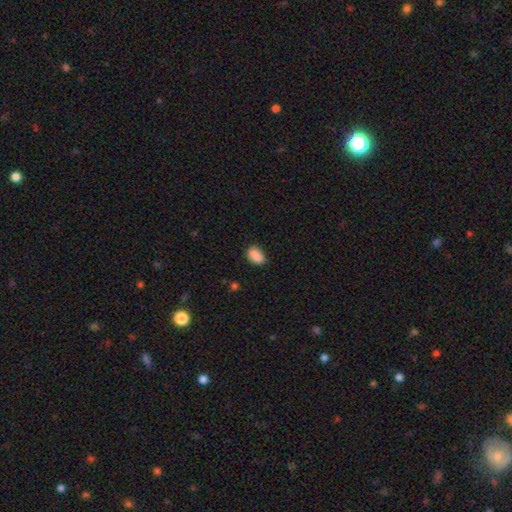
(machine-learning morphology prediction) Smooth or featured? Predicted: smooth (p=0.87). How rounded? Predicted: in between (p=0.88). Merging? Predicted: none (p=0.73).